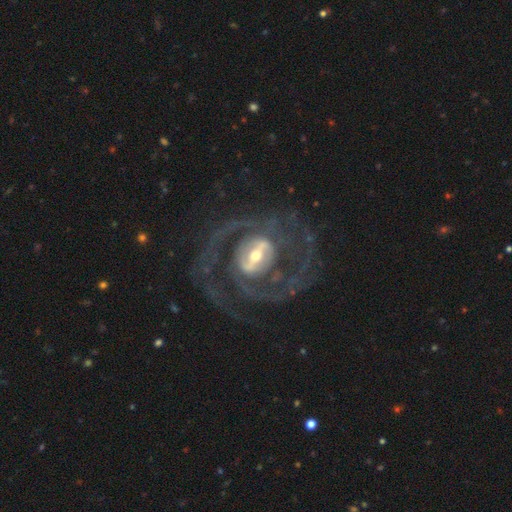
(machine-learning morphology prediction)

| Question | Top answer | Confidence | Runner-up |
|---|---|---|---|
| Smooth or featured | featured or disk | 90% | smooth (5%) |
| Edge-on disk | no | 96% | yes (4%) |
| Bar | strong | 56% | weak (33%) |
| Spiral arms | yes | 93% | no (7%) |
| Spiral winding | medium | 49% | tight (31%) |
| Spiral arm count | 2 | 66% | 3 (11%) |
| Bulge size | moderate | 50% | small (37%) |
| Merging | none | 66% | major disturbance (19%) |